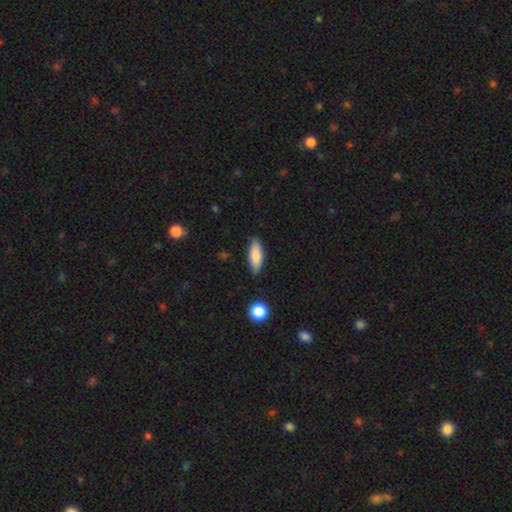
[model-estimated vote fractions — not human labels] This appears to be a smooth galaxy with no disk features (83%) that is in between round and cigar-shaped (71%). Merging: none (83%).